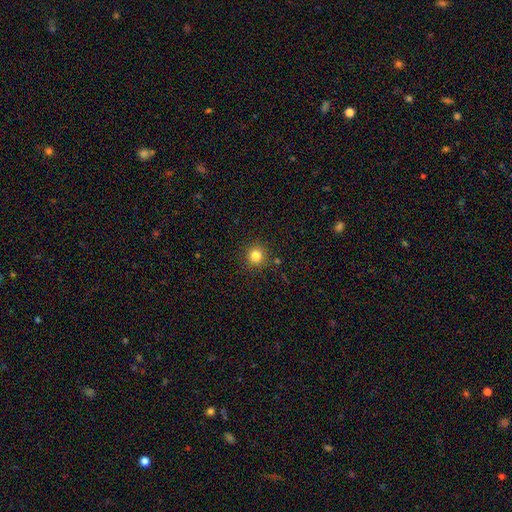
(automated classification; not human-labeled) Q: Smooth or featured?
A: smooth (82%); runner-up: star or artifact (13%)
Q: How rounded?
A: round (93%); runner-up: in between (6%)
Q: Merging?
A: none (88%); runner-up: minor disturbance (7%)